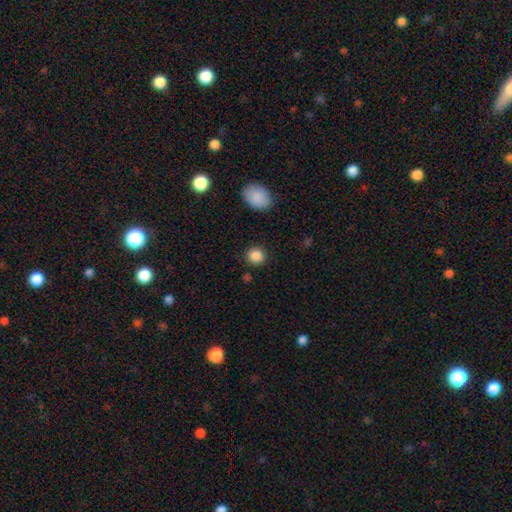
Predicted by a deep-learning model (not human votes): smooth-or-featured: smooth: 87% | star or artifact: 10% | featured or disk: 3%
  how-rounded: round: 89% | in between: 10% | cigar-shaped: 1%
  merging: none: 88% | minor disturbance: 7% | major disturbance: 3% | merger: 2%